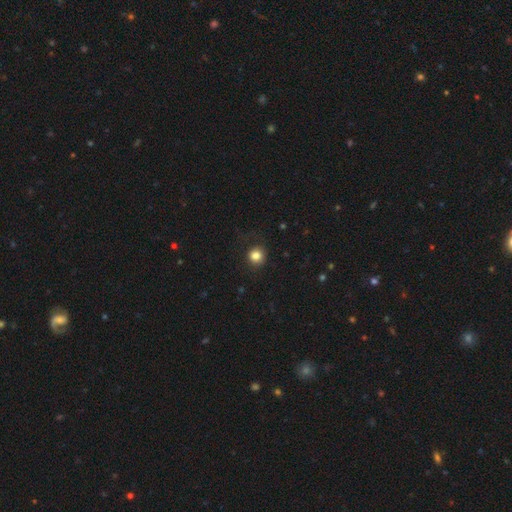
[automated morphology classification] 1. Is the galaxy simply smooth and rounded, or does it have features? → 83% smooth, 11% star or artifact, 5% featured or disk.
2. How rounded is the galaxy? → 89% round, 10% in between, 1% cigar-shaped.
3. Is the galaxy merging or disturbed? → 84% none, 11% minor disturbance, 5% major disturbance, 1% merger.